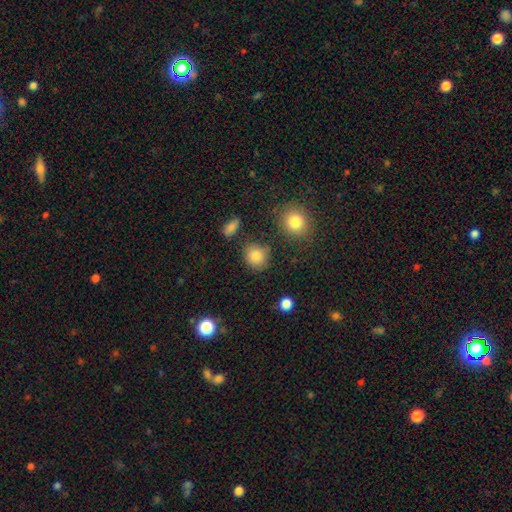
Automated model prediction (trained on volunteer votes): This is clearly a smooth galaxy (85%). How rounded: clearly round (81%). Merging: clearly none (81%).